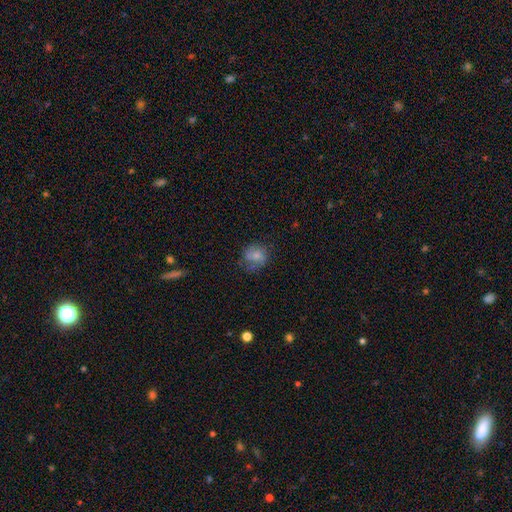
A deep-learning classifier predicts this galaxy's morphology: A smooth galaxy with no disk features (63%) that is round (71%). Merging: none (60%).